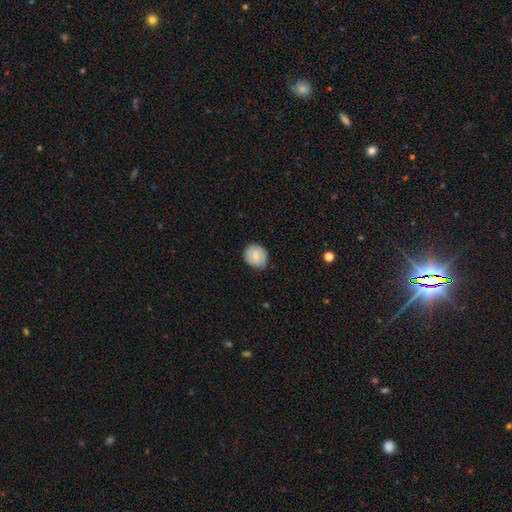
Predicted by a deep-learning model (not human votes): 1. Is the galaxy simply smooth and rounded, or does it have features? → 72% smooth, 22% featured or disk, 7% star or artifact.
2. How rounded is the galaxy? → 73% round, 26% in between, 1% cigar-shaped.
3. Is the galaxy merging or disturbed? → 78% none, 18% minor disturbance, 3% major disturbance, 1% merger.